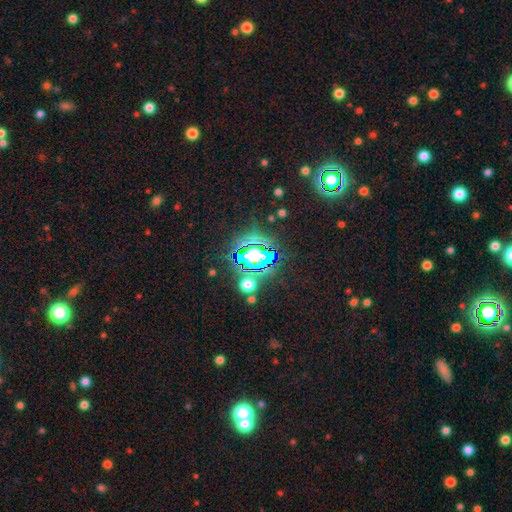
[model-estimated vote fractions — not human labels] This appears to be a star or artifact, not a galaxy (68%).